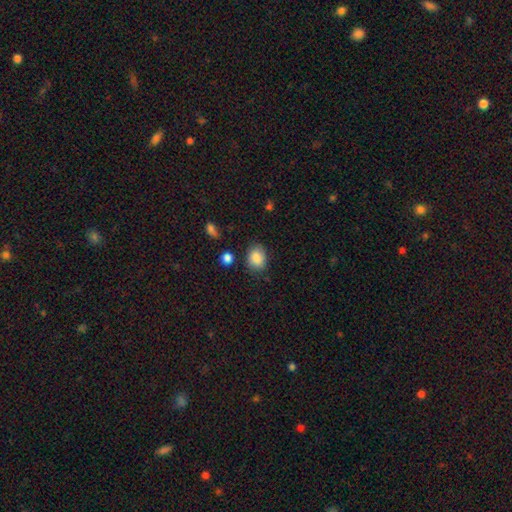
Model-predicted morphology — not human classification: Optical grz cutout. It shows a smooth galaxy with no disk features (86%) that is in between round and cigar-shaped (60%). Merging: none (79%).